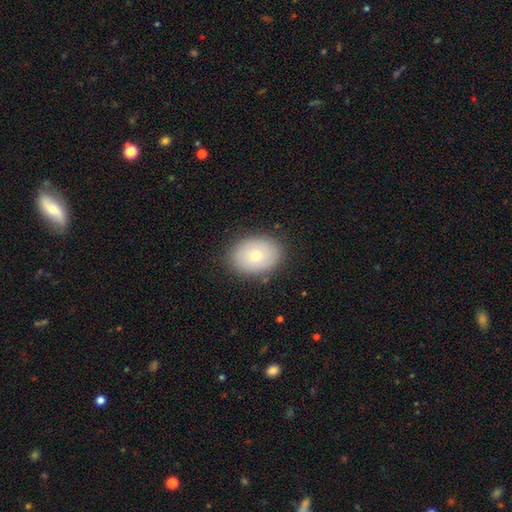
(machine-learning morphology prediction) Smooth or featured?
  - smooth: 73% *
  - featured or disk: 19%
  - star or artifact: 8%
How rounded?
  - in between: 66% *
  - round: 34%
  - cigar-shaped: 1%
Merging?
  - none: 86% *
  - minor disturbance: 11%
  - major disturbance: 3%
  - merger: 1%